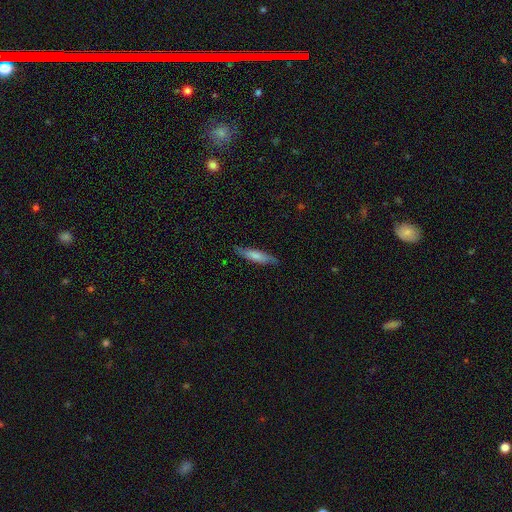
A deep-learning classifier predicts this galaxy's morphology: A smooth galaxy with no disk features (67%) that is cigar-shaped (78%).

Vote fractions:
- Smooth or featured? smooth: 67% / featured or disk: 28% / star or artifact: 6%
- How rounded? cigar-shaped: 78% / in between: 20% / round: 1%
- Merging? none: 82% / minor disturbance: 15% / major disturbance: 3% / merger: 1%